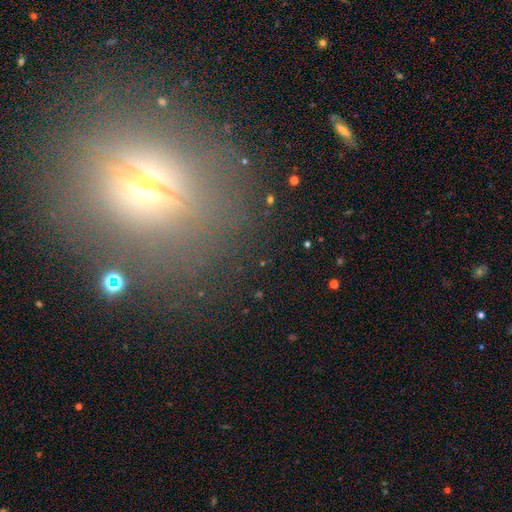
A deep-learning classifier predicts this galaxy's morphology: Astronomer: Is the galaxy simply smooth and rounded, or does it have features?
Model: star or artifact — 41% (runner-up: featured or disk, 32%).